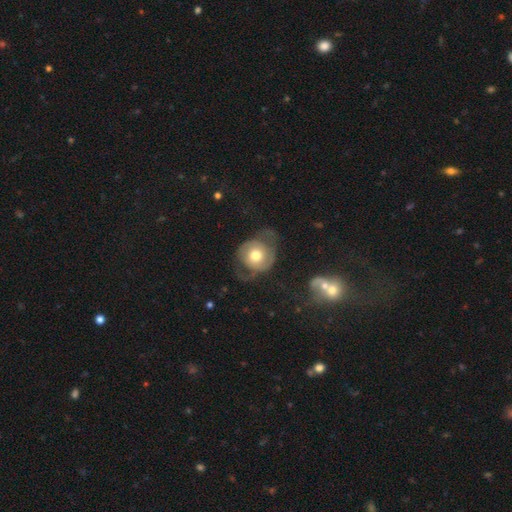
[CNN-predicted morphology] Smooth or featured: featured or disk — 51% (smooth — 42%)
Edge-on disk: no — 96% (yes — 4%)
Merging: none — 44% (major disturbance — 30%)